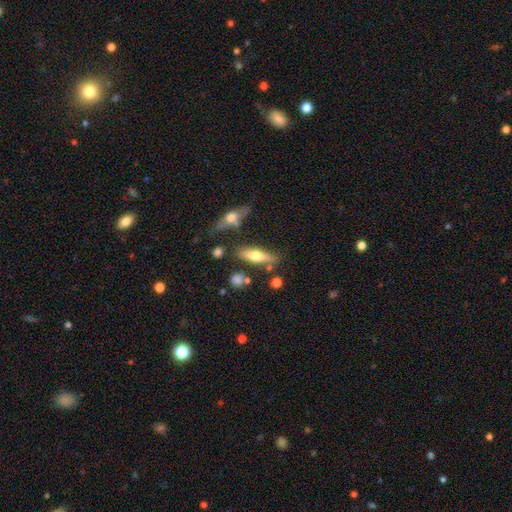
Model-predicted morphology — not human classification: smooth_or_featured: smooth (p=0.54) [alt: featured or disk p=0.38]
how_rounded: cigar-shaped (p=0.61) [alt: in between p=0.36]
merging: none (p=0.72) [alt: minor disturbance p=0.14]